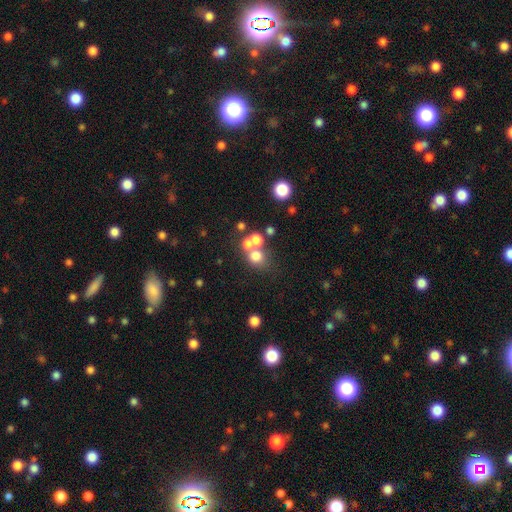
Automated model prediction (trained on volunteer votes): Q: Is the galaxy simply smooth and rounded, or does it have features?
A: smooth — 66%.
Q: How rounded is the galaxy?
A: round — 81%.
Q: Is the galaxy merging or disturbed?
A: merger — 45%.